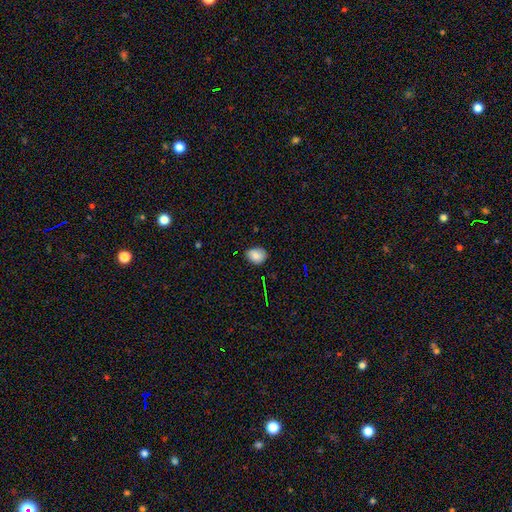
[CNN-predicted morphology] The model was most divided on "how rounded": in between: 51%, round: 48%, cigar-shaped: 1%. More confident: smooth or featured — smooth (81%); merging — none (72%).